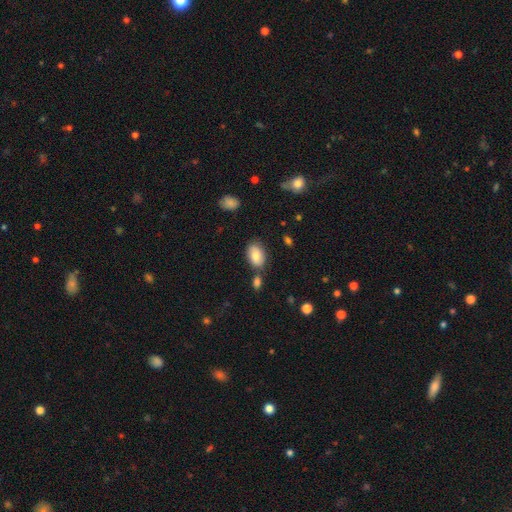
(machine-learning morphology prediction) This is clearly a smooth galaxy (81%). How rounded: clearly in between (90%). Merging: likely none (71%).